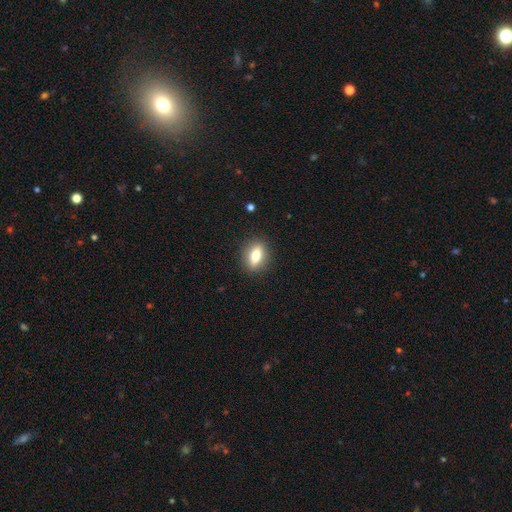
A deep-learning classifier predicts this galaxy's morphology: This appears to be a smooth galaxy with no disk features (69%) that is in between round and cigar-shaped (69%). Merging: none (88%).